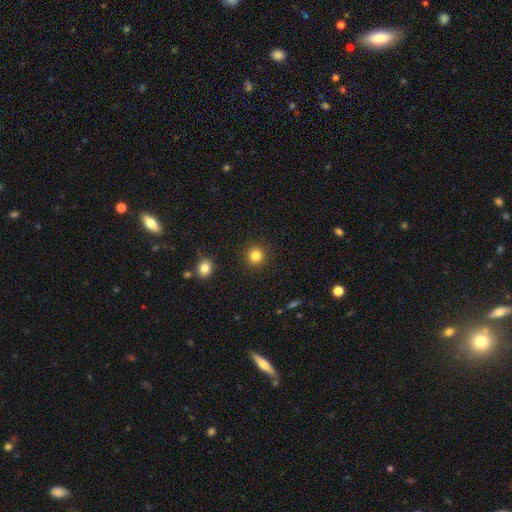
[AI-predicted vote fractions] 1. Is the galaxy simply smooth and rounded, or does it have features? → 83% smooth, 11% star or artifact, 5% featured or disk.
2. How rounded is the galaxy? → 93% round, 6% in between, 1% cigar-shaped.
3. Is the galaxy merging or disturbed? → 91% none, 5% minor disturbance, 2% major disturbance, 1% merger.